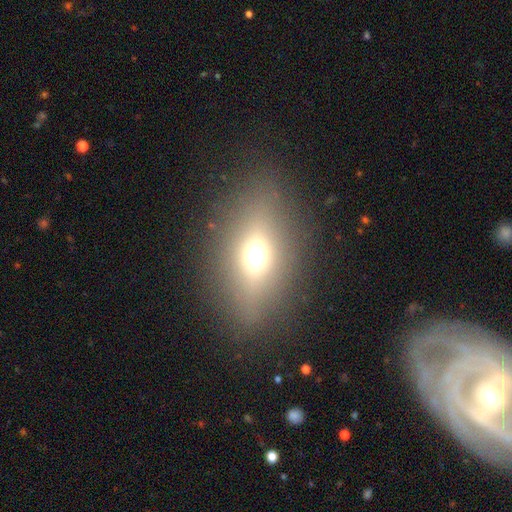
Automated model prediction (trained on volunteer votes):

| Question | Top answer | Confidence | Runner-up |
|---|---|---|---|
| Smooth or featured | smooth | 57% | star or artifact (22%) |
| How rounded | in between | 65% | round (30%) |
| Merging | none | 81% | minor disturbance (10%) |